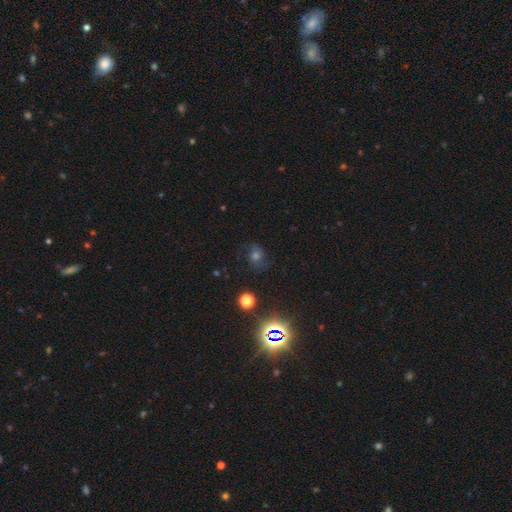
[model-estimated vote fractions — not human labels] A star or artifact, not a galaxy (40%).

Vote fractions:
- Smooth or featured? star or artifact: 40% / featured or disk: 30% / smooth: 30%